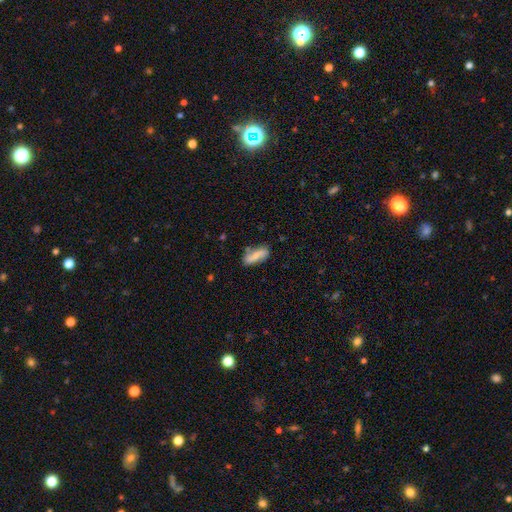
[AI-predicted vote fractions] Morphology: type=smooth (66%); roundness=in between (65%); merging=none (70%).